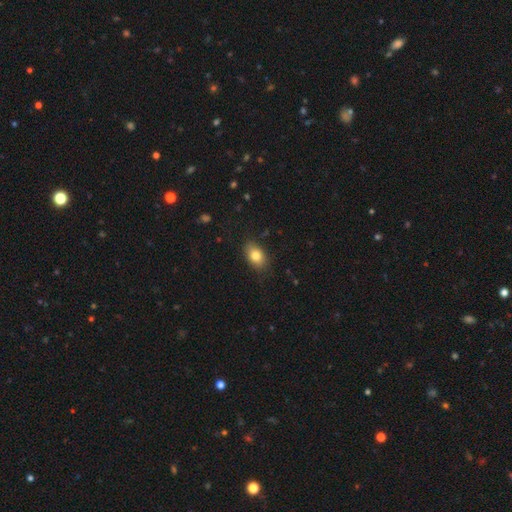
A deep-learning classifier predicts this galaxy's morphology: smooth_or_featured: smooth (p=0.80) [alt: featured or disk p=0.11]
how_rounded: in between (p=0.86) [alt: round p=0.12]
merging: none (p=0.84) [alt: minor disturbance p=0.13]